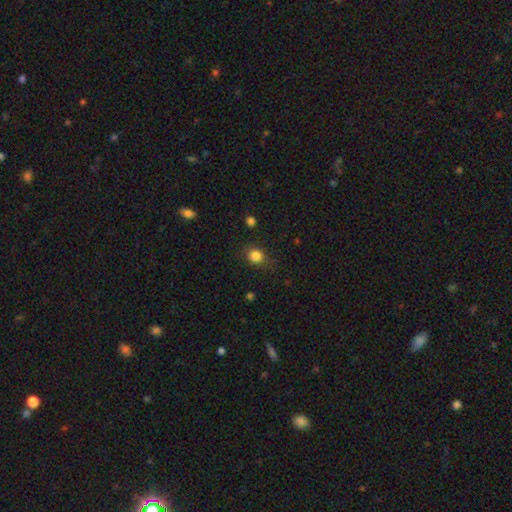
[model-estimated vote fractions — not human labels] This appears to be a smooth galaxy with no disk features (84%) that is round (74%). Merging: none (77%).